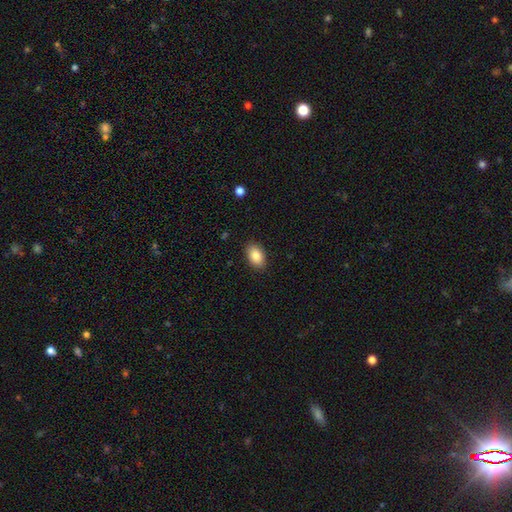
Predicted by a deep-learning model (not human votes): Smooth or featured: smooth — 87% (star or artifact — 7%)
How rounded: in between — 91% (round — 7%)
Merging: none — 88% (minor disturbance — 9%)